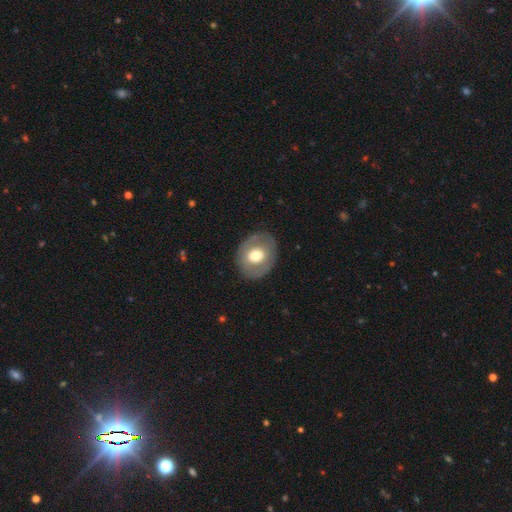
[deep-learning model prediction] smooth-or-featured: smooth: 53% | featured or disk: 40% | star or artifact: 6%
  how-rounded: round: 60% | in between: 39% | cigar-shaped: 1%
  merging: none: 82% | minor disturbance: 12% | major disturbance: 5% | merger: 1%